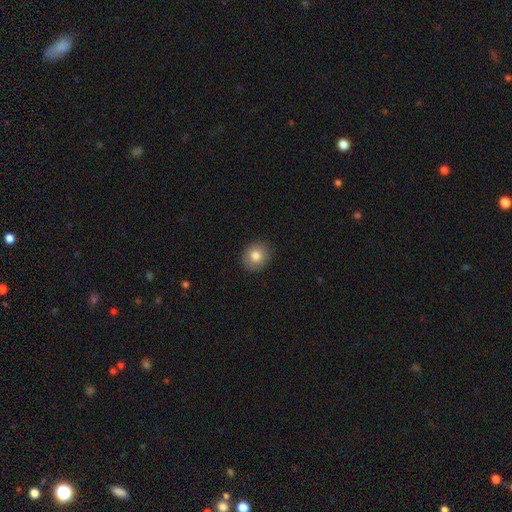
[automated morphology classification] Smooth or featured? Predicted: smooth (p=0.81). How rounded? Predicted: round (p=0.80). Merging? Predicted: none (p=0.90).